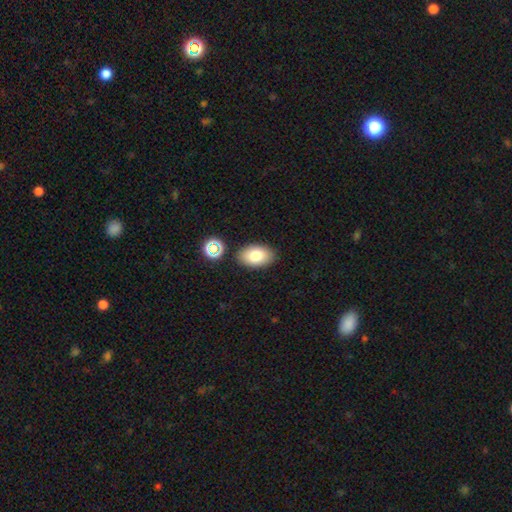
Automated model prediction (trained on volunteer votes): smooth 80%, featured or disk 11%, star or artifact 9%. Down the decision tree: how rounded — in between (91%); merging — none (86%).